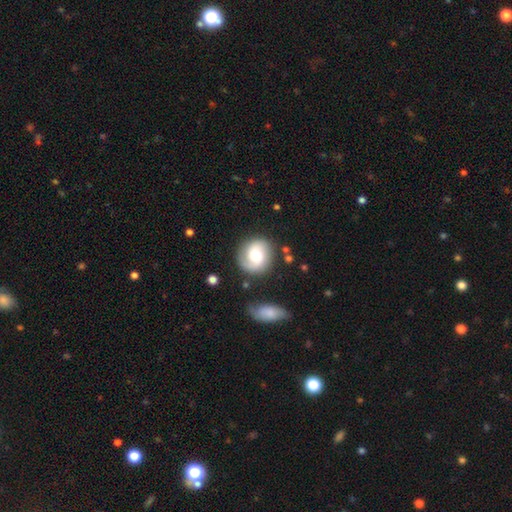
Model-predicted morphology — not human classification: Smooth or featured? featured or disk (55%)
Edge-on disk? no (97%)
Bar? no (48%)
Spiral arms? yes (90%)
Bulge size? moderate (45%)
Merging? none (76%)